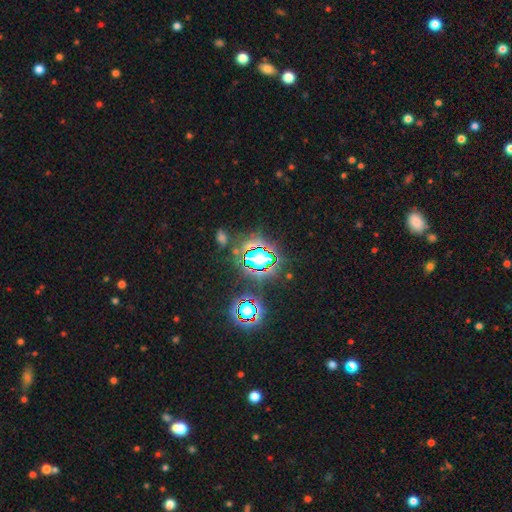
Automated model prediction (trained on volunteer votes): Smooth or featured?
  - star or artifact: 82% *
  - smooth: 10%
  - featured or disk: 8%